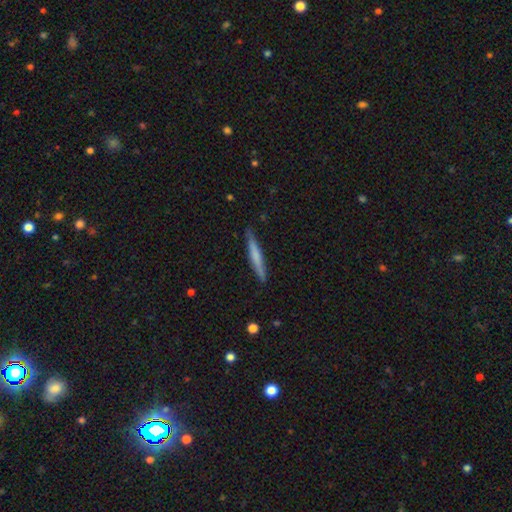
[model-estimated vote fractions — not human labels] This appears to be a smooth galaxy with no disk features (56%) that is cigar-shaped (96%). Merging: none (89%).